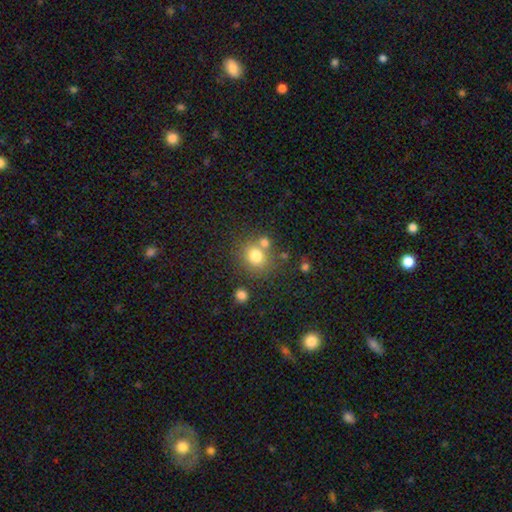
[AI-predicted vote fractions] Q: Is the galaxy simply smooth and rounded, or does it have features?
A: smooth — 77%.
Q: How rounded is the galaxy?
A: round — 79%.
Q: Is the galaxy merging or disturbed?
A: none — 64%.